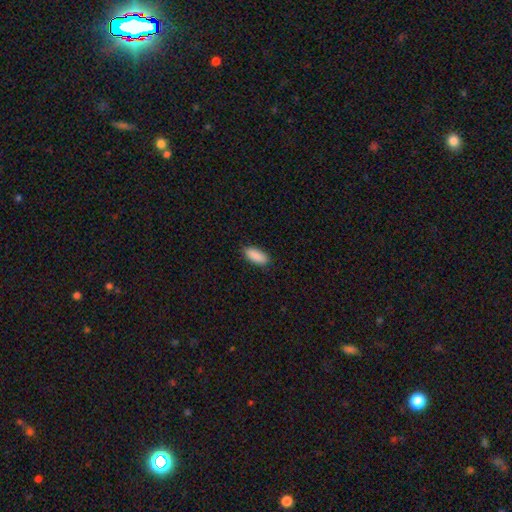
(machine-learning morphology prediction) type=smooth (90%); roundness=in between (83%); merging=none (87%).